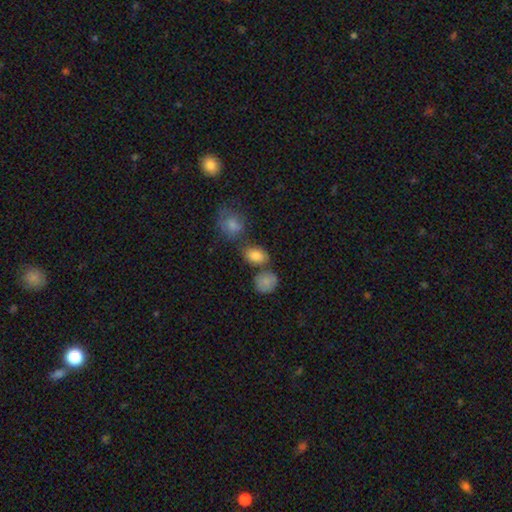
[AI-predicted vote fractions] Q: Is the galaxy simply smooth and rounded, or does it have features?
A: smooth — 81%.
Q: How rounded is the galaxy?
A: in between — 70%.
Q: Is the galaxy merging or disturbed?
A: none — 61%.